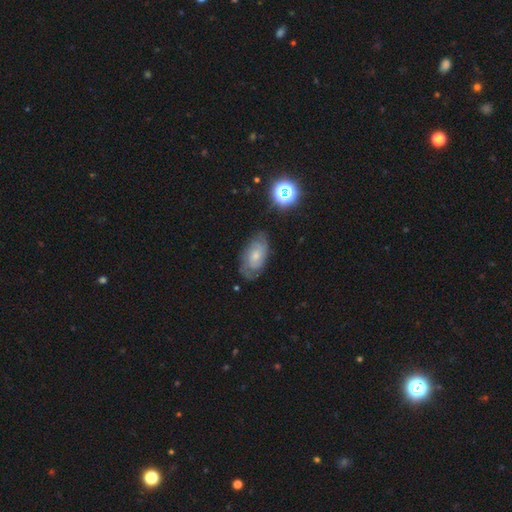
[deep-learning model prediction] featured or disk 71%, smooth 20%, star or artifact 9%. Down the decision tree: edge-on disk — no (96%); bar — no (71%); spiral arms — yes (92%); spiral arm count — 2 (42%); spiral winding — tight (61%); bulge size — small (51%); merging — none (73%).